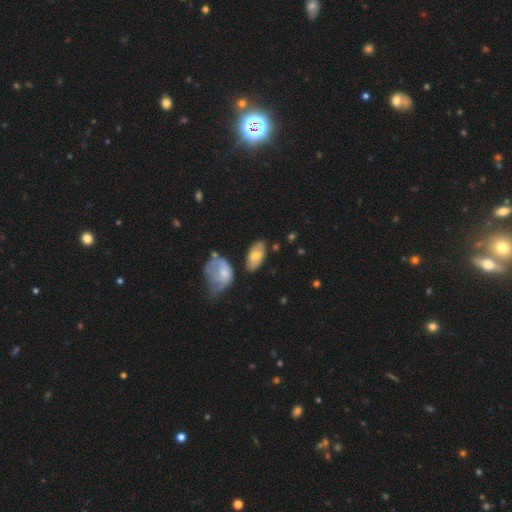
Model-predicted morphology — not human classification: The model was most divided on "smooth or featured": smooth: 68%, featured or disk: 25%, star or artifact: 7%. More confident: how rounded — in between (92%); merging — none (68%).